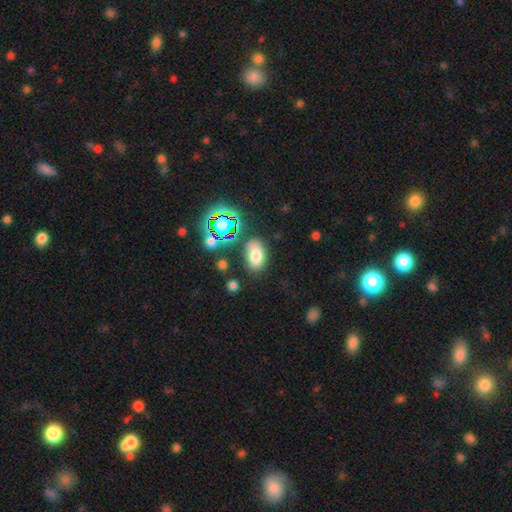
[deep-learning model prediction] Smooth or featured? Predicted: smooth (p=0.71). How rounded? Predicted: in between (p=0.88). Merging? Predicted: none (p=0.73).